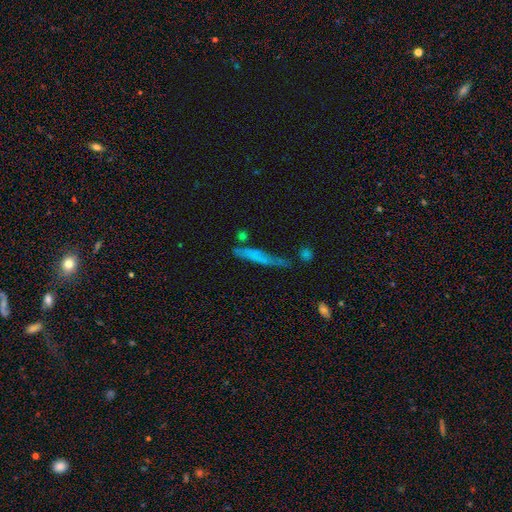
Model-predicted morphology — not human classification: Q: Smooth or featured?
A: smooth (56%); runner-up: featured or disk (32%)
Q: How rounded?
A: cigar-shaped (90%); runner-up: in between (8%)
Q: Merging?
A: none (57%); runner-up: minor disturbance (23%)